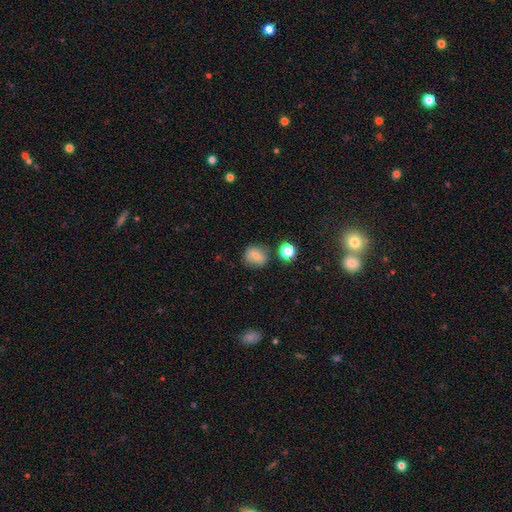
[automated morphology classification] This appears to be a smooth galaxy with no disk features (69%) that is round (73%). Merging: none (74%).